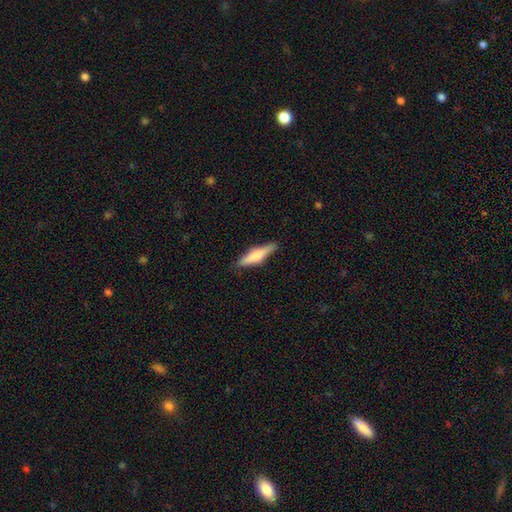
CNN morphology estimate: A smooth galaxy with no disk features (60%) that is cigar-shaped (78%). Merging: none (86%).